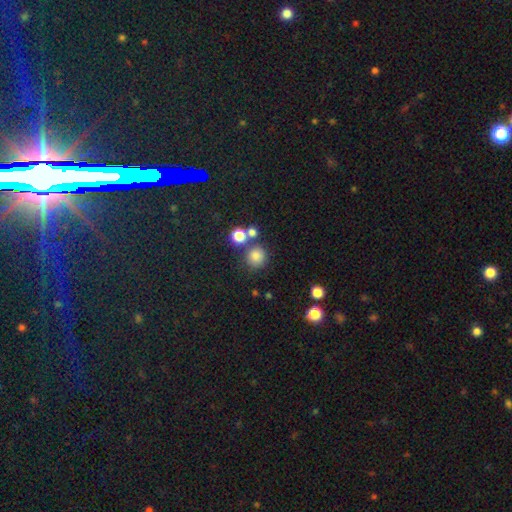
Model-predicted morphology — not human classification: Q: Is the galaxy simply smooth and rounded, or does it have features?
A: smooth — 80%.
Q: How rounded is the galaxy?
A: round — 90%.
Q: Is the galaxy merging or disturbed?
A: none — 70%.